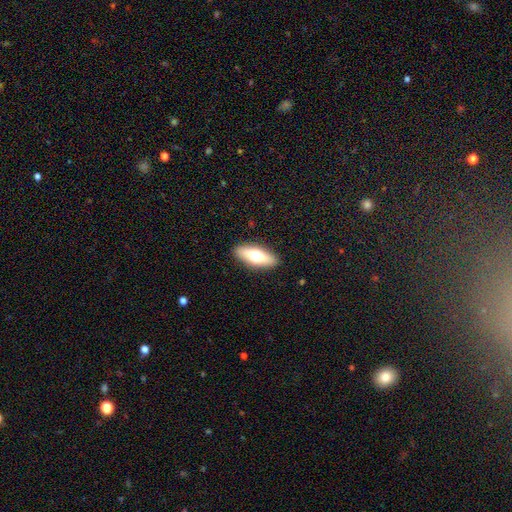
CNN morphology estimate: Smooth or featured: smooth — 60% (featured or disk — 33%)
How rounded: in between — 66% (cigar-shaped — 31%)
Merging: none — 89% (minor disturbance — 8%)